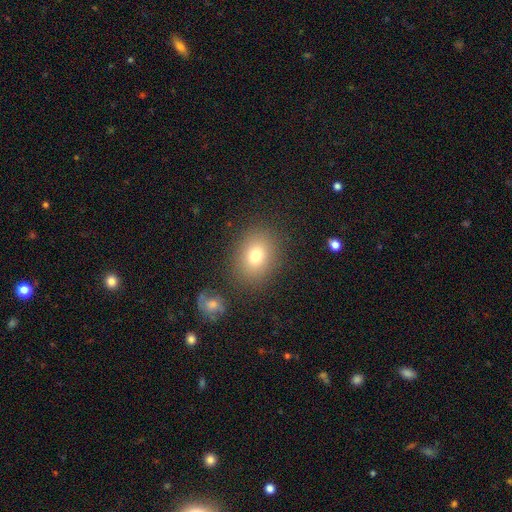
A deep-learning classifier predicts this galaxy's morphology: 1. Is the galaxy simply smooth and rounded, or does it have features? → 77% smooth, 12% star or artifact, 11% featured or disk.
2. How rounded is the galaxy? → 52% in between, 47% round, 1% cigar-shaped.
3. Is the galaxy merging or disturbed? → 83% none, 9% minor disturbance, 4% merger, 4% major disturbance.